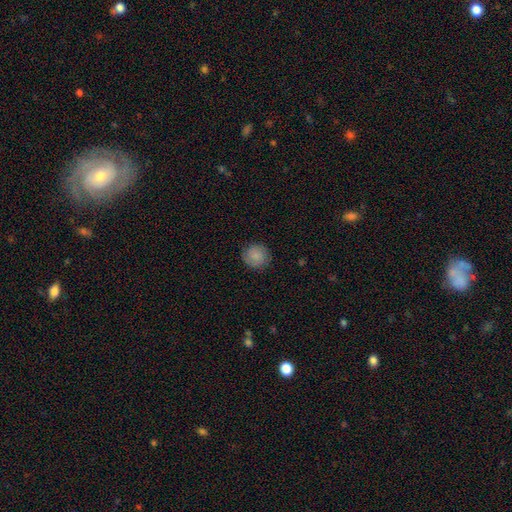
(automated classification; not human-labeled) Overall: smooth (80%). How rounded: round (91%). Merging: none (86%).